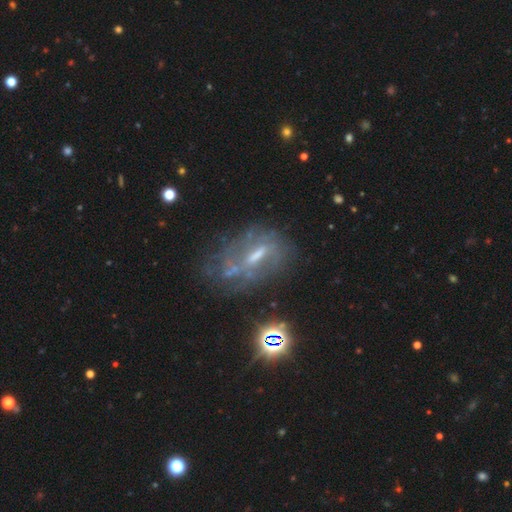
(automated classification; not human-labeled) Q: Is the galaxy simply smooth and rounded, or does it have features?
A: featured or disk — 68%.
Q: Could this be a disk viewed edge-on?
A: no — 86%.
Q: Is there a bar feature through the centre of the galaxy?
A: weak — 42%.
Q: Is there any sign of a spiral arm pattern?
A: yes — 56%.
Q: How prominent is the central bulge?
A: moderate — 40%.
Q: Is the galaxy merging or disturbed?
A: none — 53%.